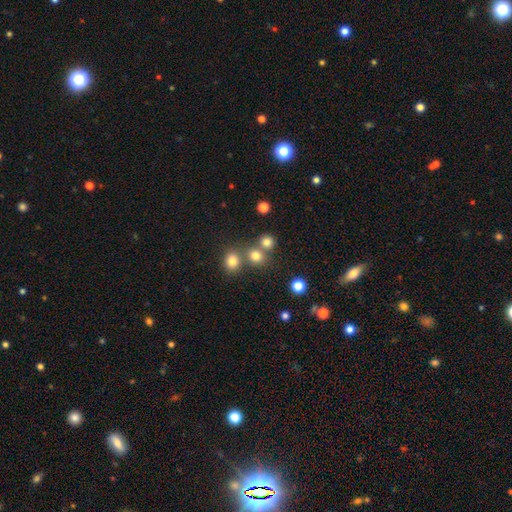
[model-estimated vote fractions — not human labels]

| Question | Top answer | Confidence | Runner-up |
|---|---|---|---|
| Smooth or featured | smooth | 77% | star or artifact (16%) |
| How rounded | round | 84% | in between (15%) |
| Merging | none | 60% | merger (29%) |